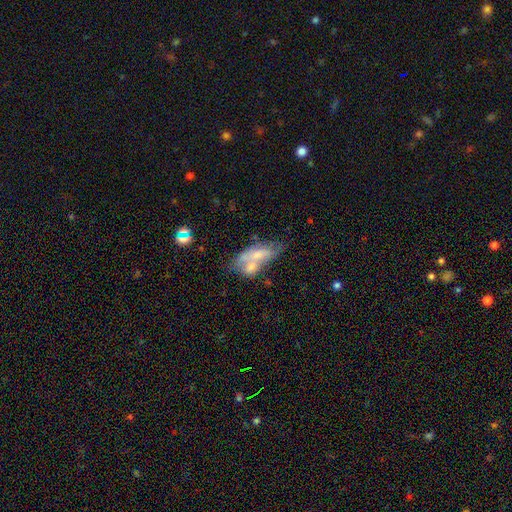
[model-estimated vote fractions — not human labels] This appears to be a smooth galaxy with no disk features (47%). Merging: merger (50%).